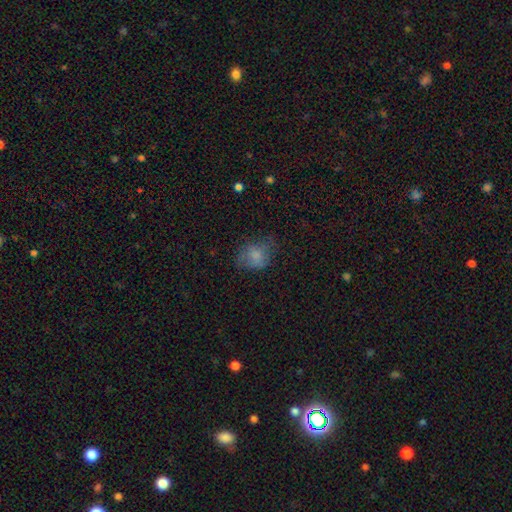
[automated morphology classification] Smooth or featured: smooth — 72% (featured or disk — 17%)
How rounded: in between — 50% (round — 49%)
Merging: none — 51% (minor disturbance — 29%)